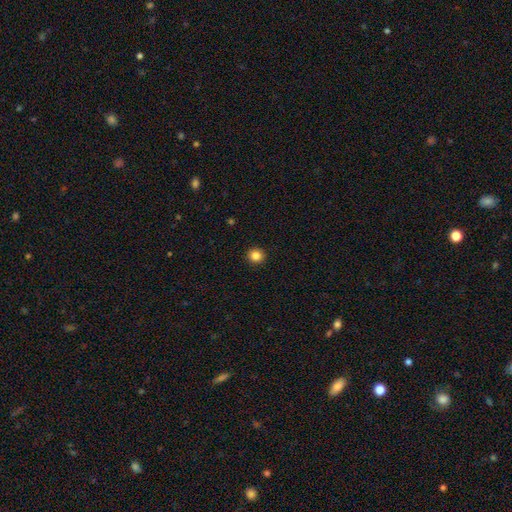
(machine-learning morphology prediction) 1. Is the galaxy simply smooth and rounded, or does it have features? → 85% smooth, 11% star or artifact, 4% featured or disk.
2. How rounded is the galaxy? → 93% round, 6% in between, 1% cigar-shaped.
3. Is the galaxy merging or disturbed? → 93% none, 5% minor disturbance, 1% major disturbance, 1% merger.